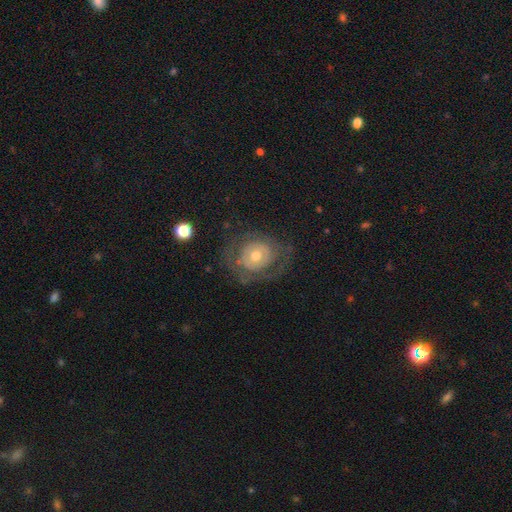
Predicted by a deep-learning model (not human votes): Smooth or featured?
  - featured or disk: 64% *
  - smooth: 28%
  - star or artifact: 8%
Edge-on disk?
  - no: 96% *
  - yes: 4%
Bar?
  - no: 83% *
  - weak: 13%
  - strong: 4%
Spiral arms?
  - no: 53% *
  - yes: 47%
Bulge size?
  - moderate: 57% *
  - small: 36%
  - large: 5%
  - none: 1%
  - dominant: 1%
Merging?
  - none: 65% *
  - minor disturbance: 17%
  - major disturbance: 16%
  - merger: 1%